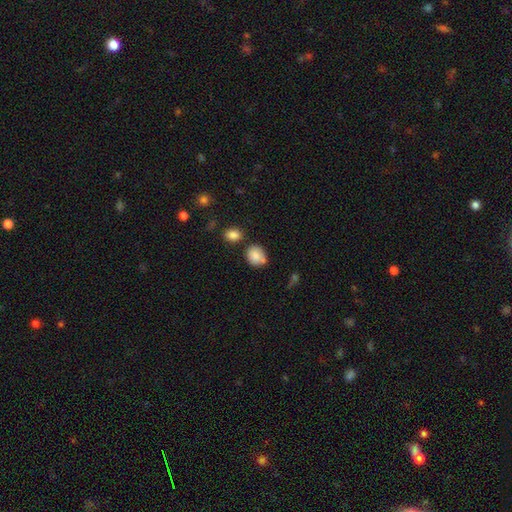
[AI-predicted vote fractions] This appears to be a smooth galaxy with no disk features (84%) that is round (65%). Merging: none (63%).